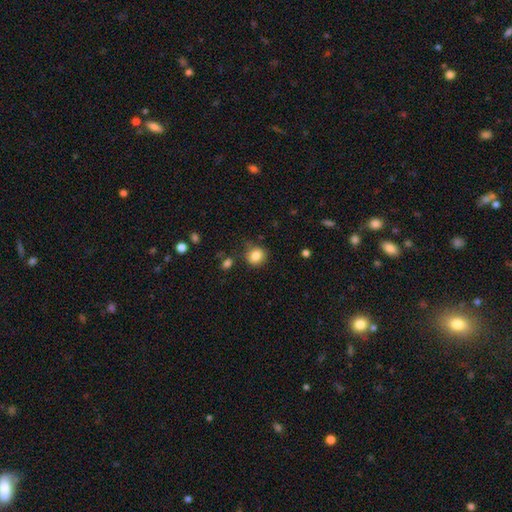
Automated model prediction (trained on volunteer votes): smooth 84%, star or artifact 10%, featured or disk 6%. Down the decision tree: how rounded — round (76%); merging — none (74%).